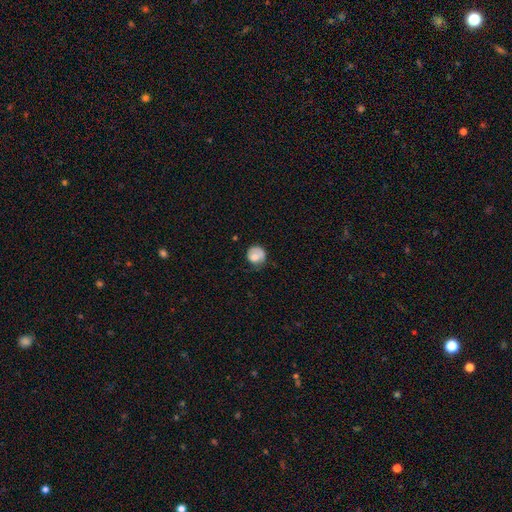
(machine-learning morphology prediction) smooth 74%, featured or disk 18%, star or artifact 8%. Down the decision tree: how rounded — round (83%); merging — none (56%).